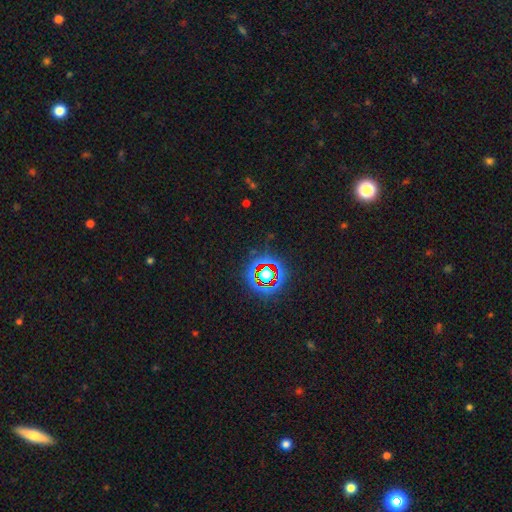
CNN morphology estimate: This is likely a star or artifact rather than a galaxy (72%).